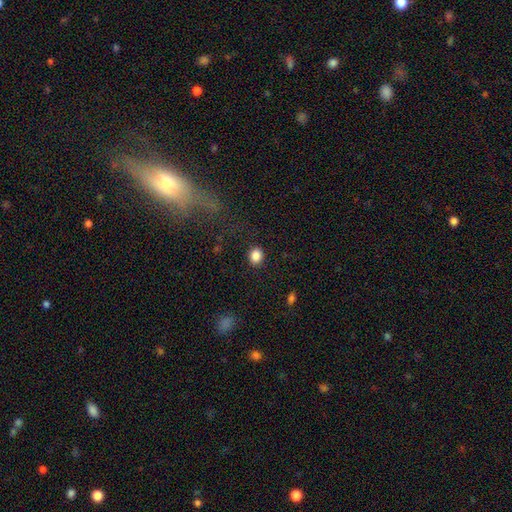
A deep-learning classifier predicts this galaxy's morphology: smooth-or-featured: smooth: 86% | star or artifact: 10% | featured or disk: 4%
  how-rounded: round: 70% | in between: 30% | cigar-shaped: 1%
  merging: none: 88% | minor disturbance: 8% | major disturbance: 3% | merger: 1%